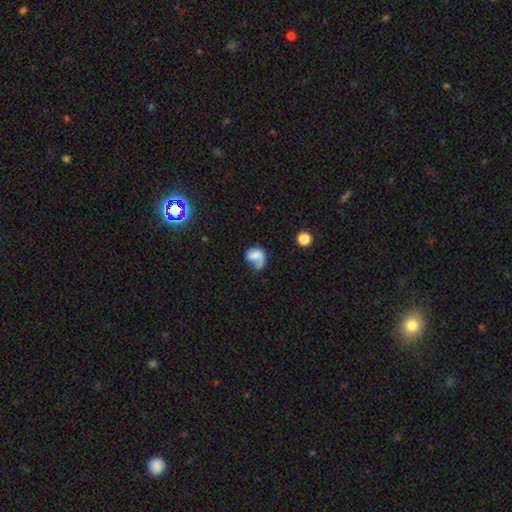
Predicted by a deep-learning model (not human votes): This is possibly a smooth galaxy (48%). Merging: marginally major disturbance (42%).